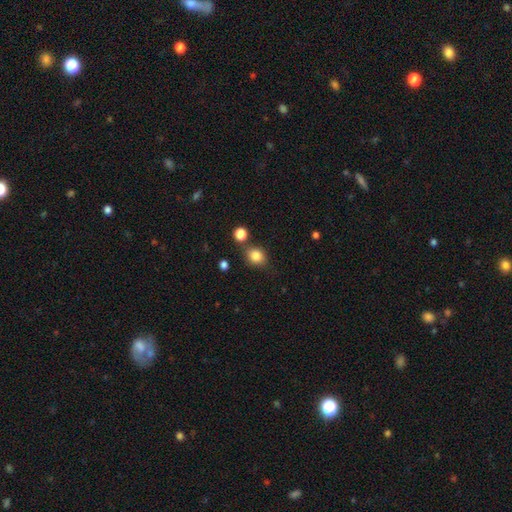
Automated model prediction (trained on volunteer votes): Morphology: type=smooth (84%); roundness=round (61%); merging=none (71%).